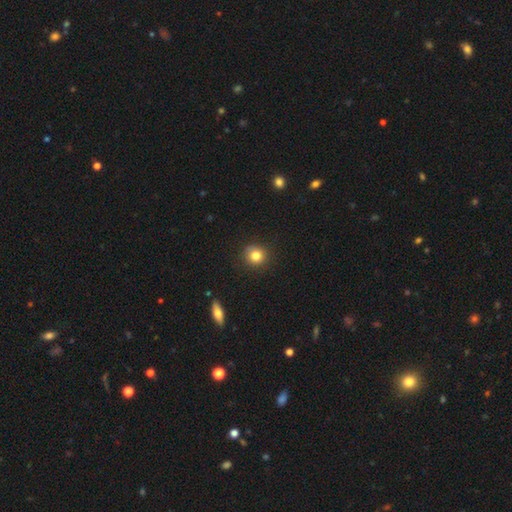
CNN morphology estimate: Smooth or featured? smooth (81%)
How rounded? round (91%)
Merging? none (88%)